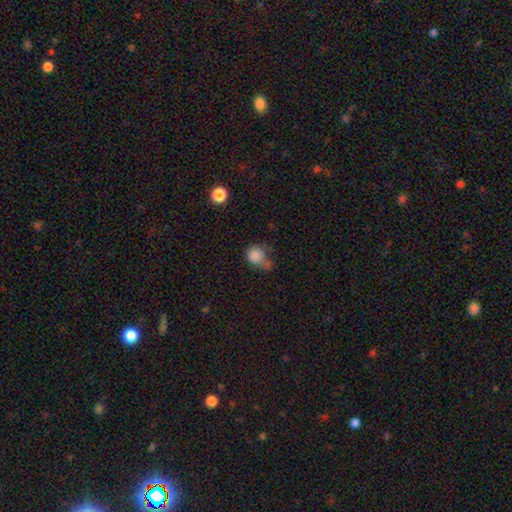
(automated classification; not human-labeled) Smooth or featured: smooth — 83% (star or artifact — 11%)
How rounded: round — 77% (in between — 21%)
Merging: none — 39% (minor disturbance — 28%)